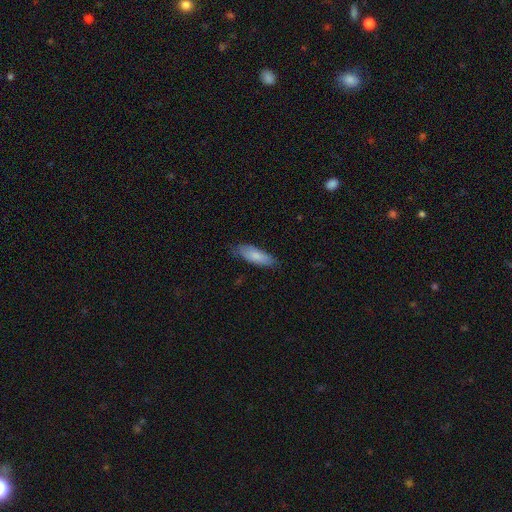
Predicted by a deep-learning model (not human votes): The model was most divided on "how rounded": in between: 58%, cigar-shaped: 40%, round: 2%. More confident: smooth or featured — smooth (81%); merging — none (74%).